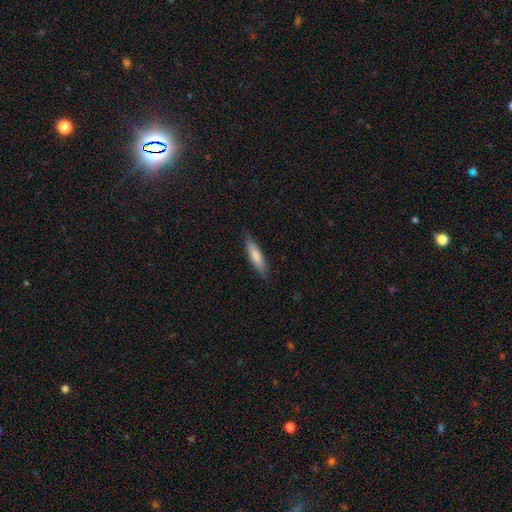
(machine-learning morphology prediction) This appears to be a smooth galaxy with no disk features (78%) that is cigar-shaped (73%). Merging: none (84%).